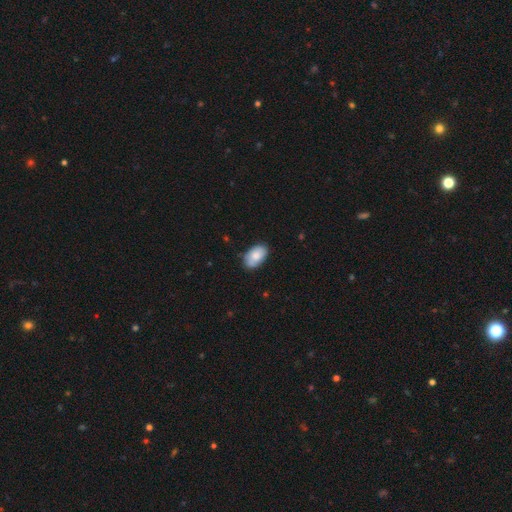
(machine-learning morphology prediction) This appears to be a smooth galaxy with no disk features (79%) that is in between round and cigar-shaped (92%). Merging: none (75%).